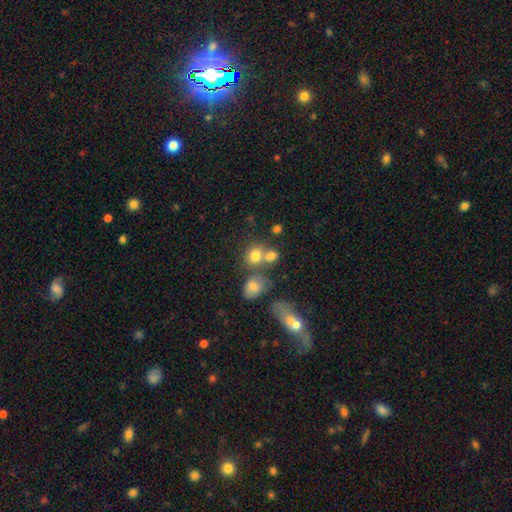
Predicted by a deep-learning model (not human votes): smooth-or-featured: smooth: 75% | star or artifact: 13% | featured or disk: 12%
  how-rounded: round: 56% | in between: 42% | cigar-shaped: 1%
  merging: none: 41% | merger: 40% | minor disturbance: 12% | major disturbance: 7%